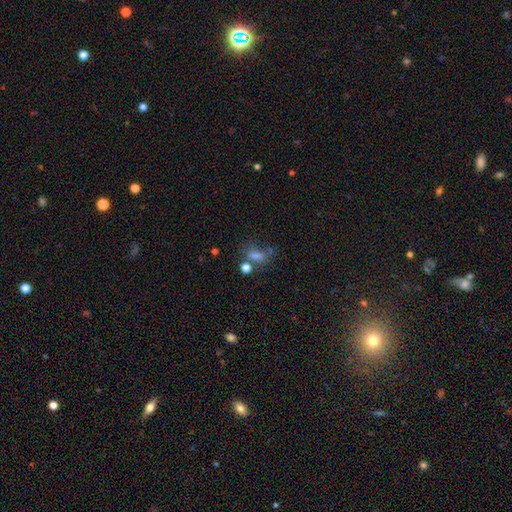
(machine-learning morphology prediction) This is possibly a smooth galaxy (53%). How rounded: likely in between (66%). Merging: possibly none (46%).